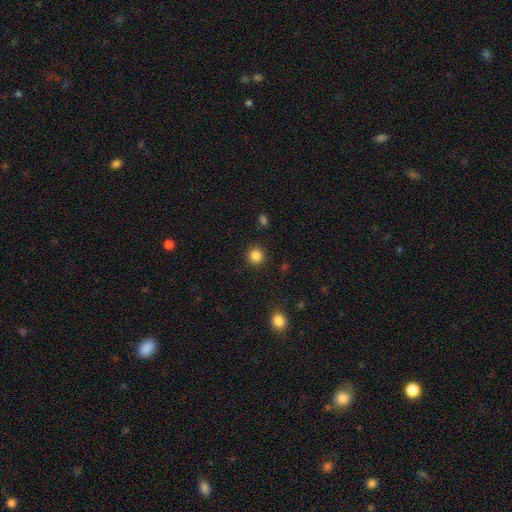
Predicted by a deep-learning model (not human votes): Smooth or featured?
  - smooth: 86% *
  - star or artifact: 11%
  - featured or disk: 3%
How rounded?
  - round: 94% *
  - in between: 5%
  - cigar-shaped: 1%
Merging?
  - none: 91% *
  - minor disturbance: 5%
  - major disturbance: 2%
  - merger: 1%